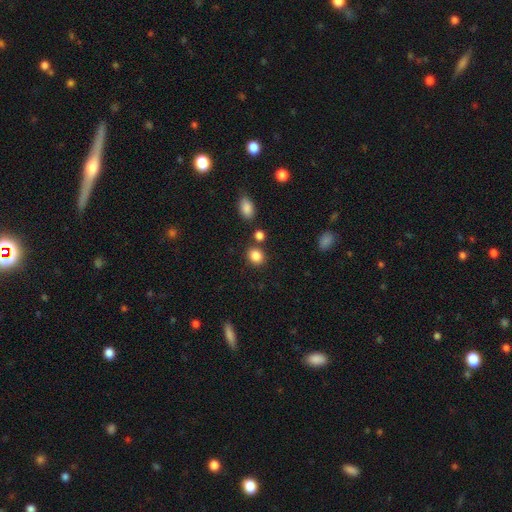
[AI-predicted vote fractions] A smooth galaxy with no disk features (86%) that is round (65%).

Vote fractions:
- Smooth or featured? smooth: 86% / star or artifact: 10% / featured or disk: 4%
- How rounded? round: 65% / in between: 34% / cigar-shaped: 1%
- Merging? none: 78% / minor disturbance: 10% / merger: 9% / major disturbance: 3%